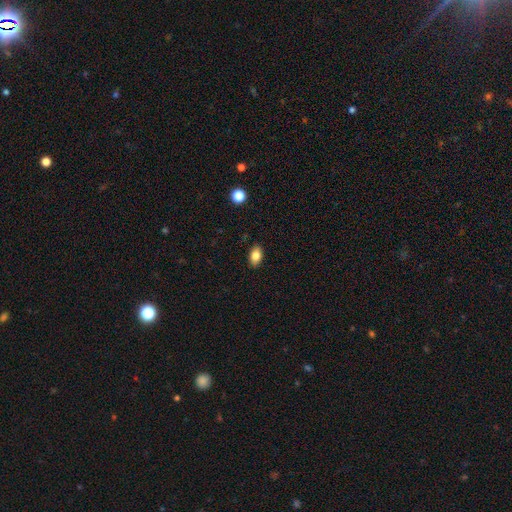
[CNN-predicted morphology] smooth 82%, featured or disk 9%, star or artifact 9%. Down the decision tree: how rounded — in between (88%); merging — none (88%).